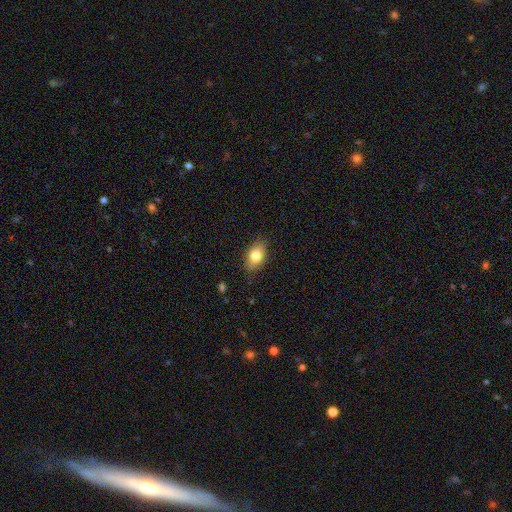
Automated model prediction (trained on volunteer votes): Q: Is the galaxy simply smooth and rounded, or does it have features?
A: smooth — 79%.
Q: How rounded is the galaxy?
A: in between — 84%.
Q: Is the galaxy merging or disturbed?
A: none — 84%.